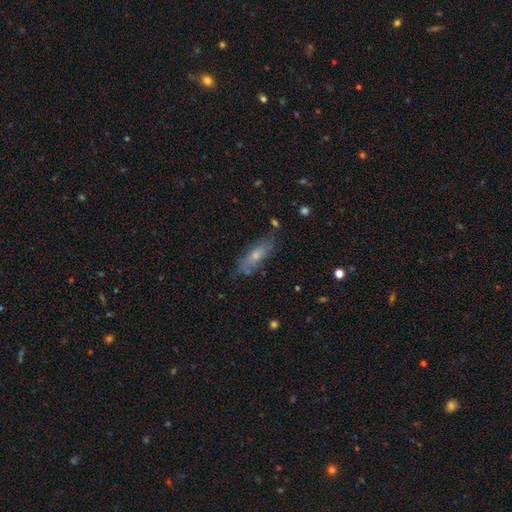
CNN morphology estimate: A smooth galaxy with no disk features (52%) that is in between round and cigar-shaped (50%).

Vote fractions:
- Smooth or featured? smooth: 52% / featured or disk: 40% / star or artifact: 8%
- How rounded? in between: 50% / cigar-shaped: 47% / round: 3%
- Merging? none: 72% / minor disturbance: 20% / major disturbance: 5% / merger: 3%